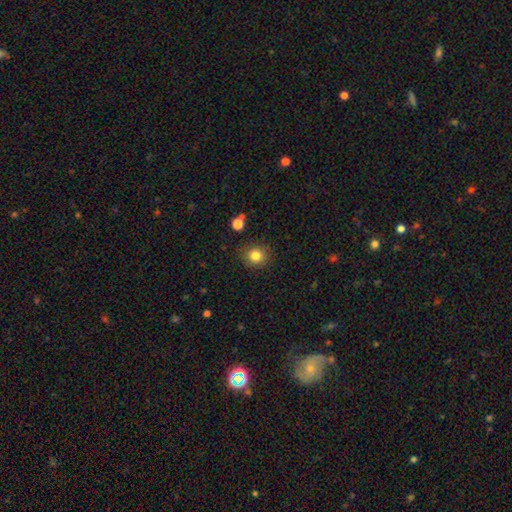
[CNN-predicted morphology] This appears to be a smooth galaxy with no disk features (83%) that is round (84%). Merging: none (88%).